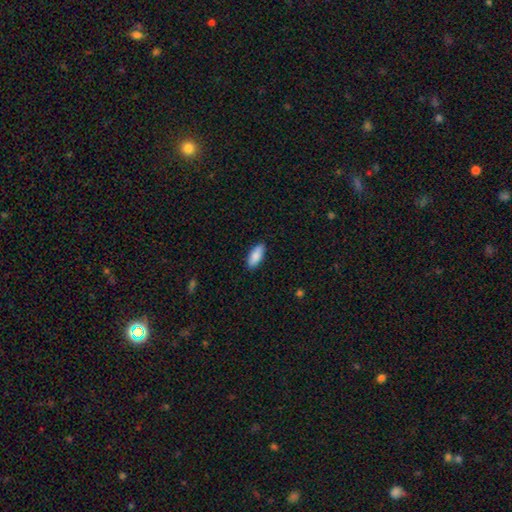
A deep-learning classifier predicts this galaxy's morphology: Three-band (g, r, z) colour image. It shows a smooth galaxy with no disk features (87%) that is in between round and cigar-shaped (76%). Merging: none (88%).